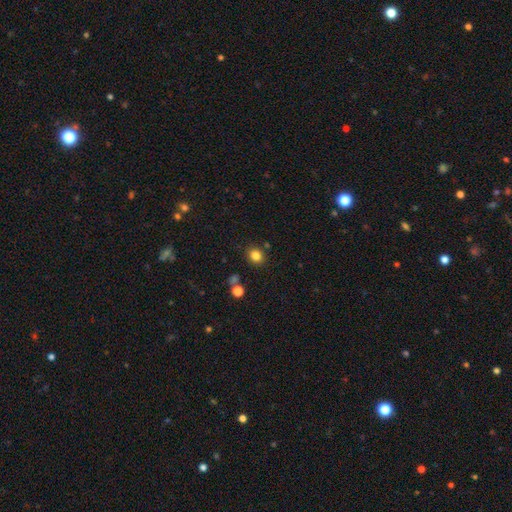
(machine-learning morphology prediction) type=smooth (82%); roundness=round (68%); merging=none (84%).